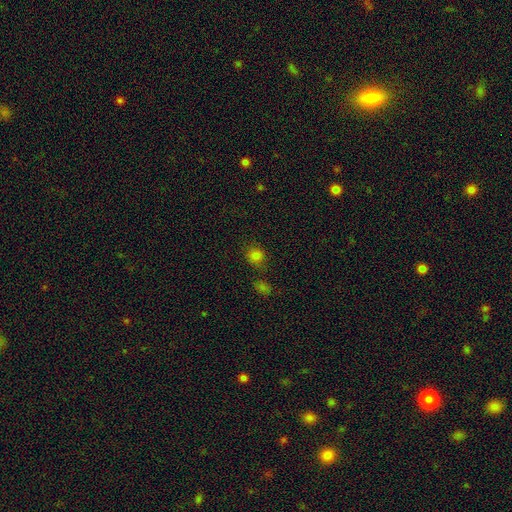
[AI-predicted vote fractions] This appears to be a smooth galaxy with no disk features (78%) that is round (78%). Merging: none (70%).